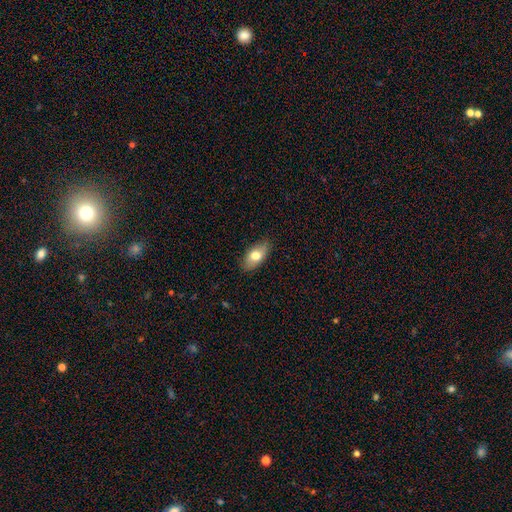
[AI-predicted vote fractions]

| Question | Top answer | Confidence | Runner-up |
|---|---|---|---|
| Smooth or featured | smooth | 73% | featured or disk (20%) |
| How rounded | in between | 89% | cigar-shaped (6%) |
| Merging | none | 84% | minor disturbance (13%) |